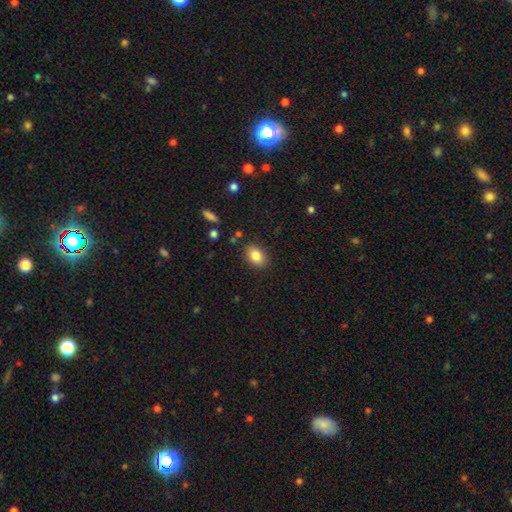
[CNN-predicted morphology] smooth-or-featured: smooth: 84% | star or artifact: 8% | featured or disk: 7%
  how-rounded: in between: 78% | round: 21% | cigar-shaped: 1%
  merging: none: 85% | minor disturbance: 10% | major disturbance: 3% | merger: 2%